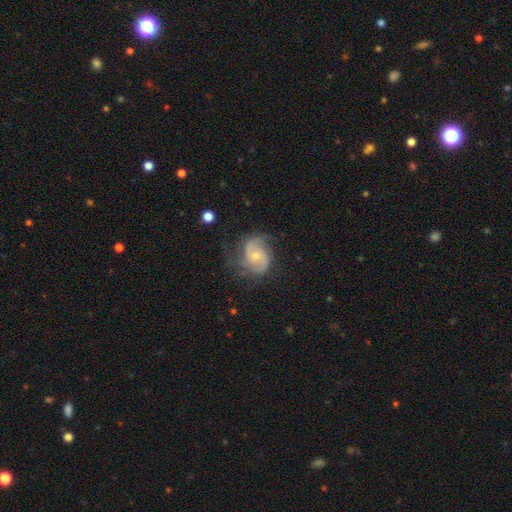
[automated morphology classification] featured or disk 82%, smooth 12%, star or artifact 6%. Down the decision tree: edge-on disk — no (98%); bar — no (66%); spiral arms — yes (95%); spiral arm count — 2 (66%); spiral winding — medium (46%); bulge size — small (51%); merging — none (62%).